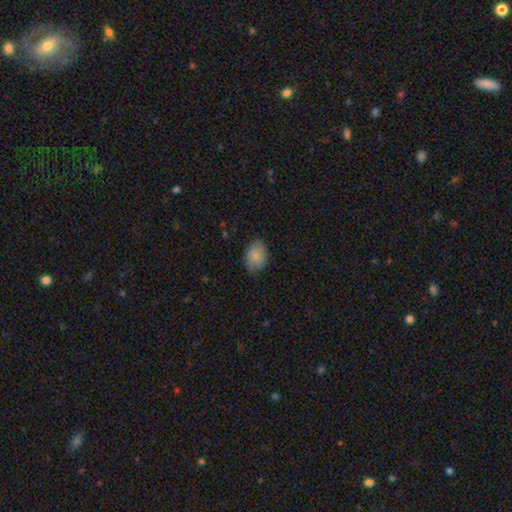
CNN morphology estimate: A smooth galaxy with no disk features (83%) that is in between round and cigar-shaped (70%). Merging: none (77%).